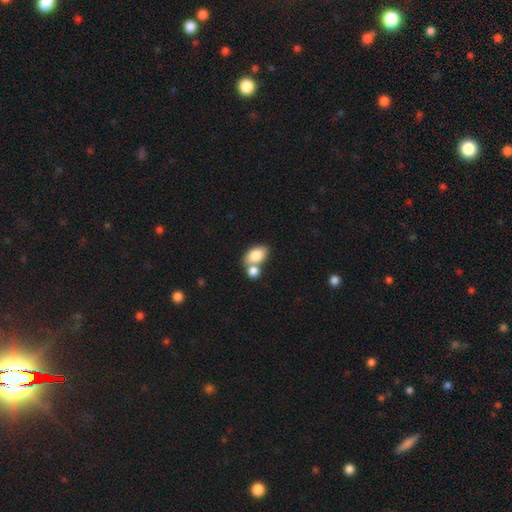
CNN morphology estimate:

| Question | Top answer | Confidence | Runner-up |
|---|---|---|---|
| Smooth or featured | smooth | 82% | featured or disk (11%) |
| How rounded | in between | 86% | round (12%) |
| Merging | merger | 50% | none (36%) |